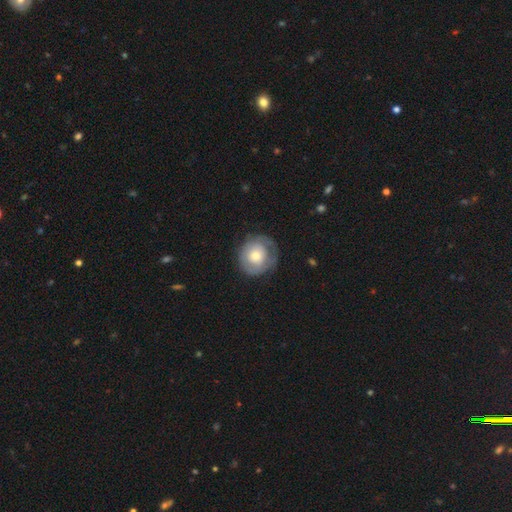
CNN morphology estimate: smooth-or-featured: smooth: 51% | featured or disk: 43% | star or artifact: 6%
  how-rounded: round: 84% | in between: 15% | cigar-shaped: 1%
  merging: none: 68% | minor disturbance: 20% | major disturbance: 10% | merger: 1%